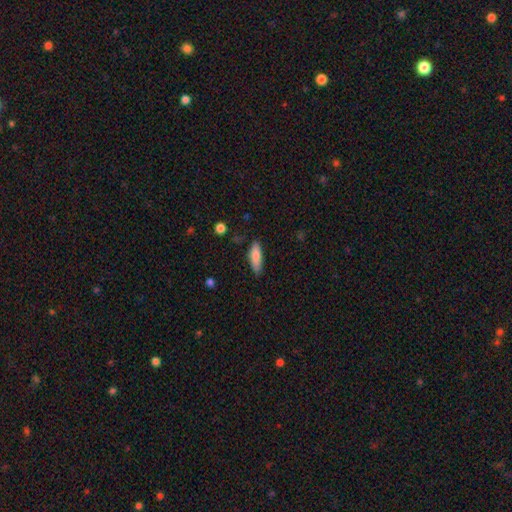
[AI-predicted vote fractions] Q: Smooth or featured?
A: smooth (82%); runner-up: featured or disk (12%)
Q: How rounded?
A: in between (55%); runner-up: cigar-shaped (44%)
Q: Merging?
A: none (79%); runner-up: minor disturbance (17%)